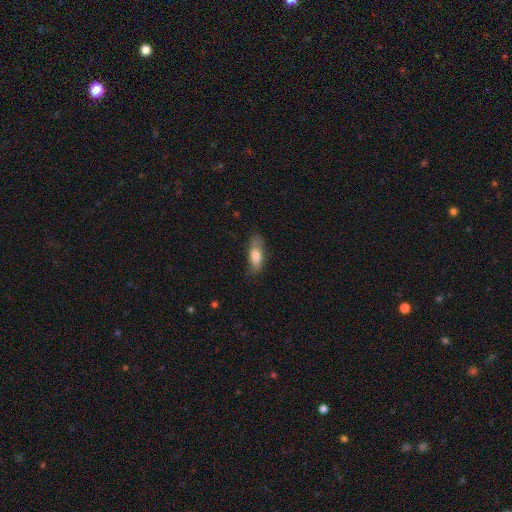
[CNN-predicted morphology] type=smooth (75%); roundness=in between (68%); merging=none (68%).